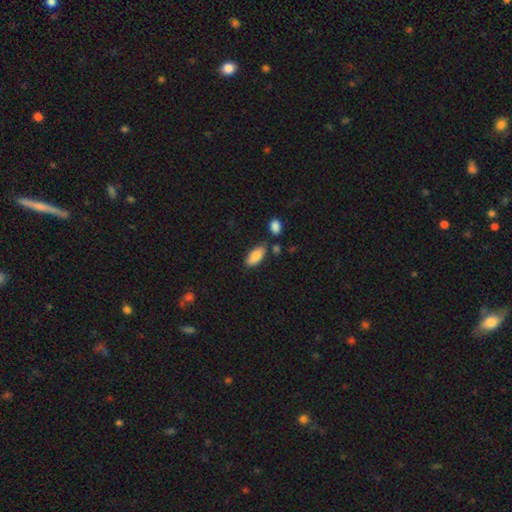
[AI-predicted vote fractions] The model was most divided on "merging": none: 74%, minor disturbance: 15%, merger: 8%, major disturbance: 3%. More confident: how rounded — in between (84%); smooth or featured — smooth (83%).